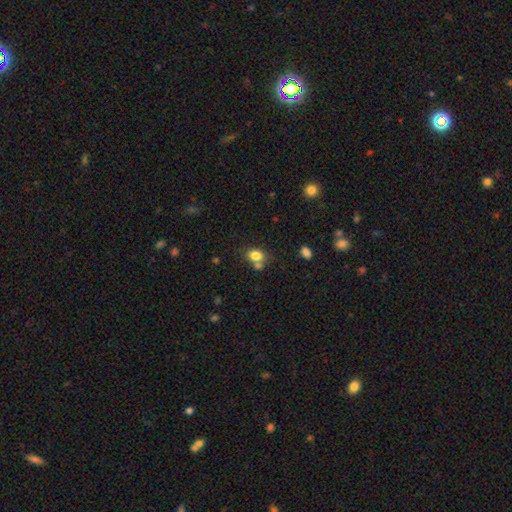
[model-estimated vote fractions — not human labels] Q: Smooth or featured?
A: smooth (80%); runner-up: star or artifact (11%)
Q: How rounded?
A: in between (67%); runner-up: round (31%)
Q: Merging?
A: none (53%); runner-up: merger (29%)